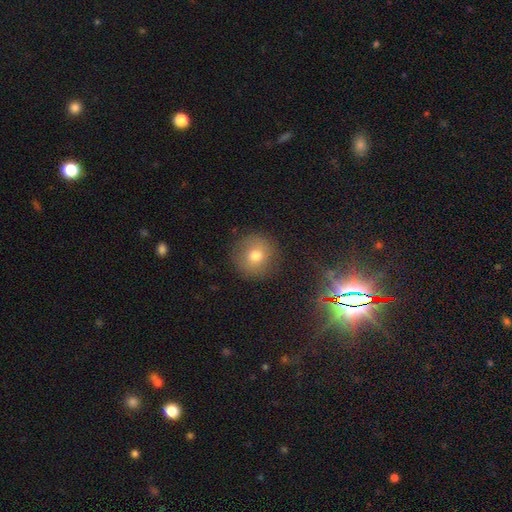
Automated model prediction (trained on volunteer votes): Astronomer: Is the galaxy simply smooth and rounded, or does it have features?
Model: smooth — 73%.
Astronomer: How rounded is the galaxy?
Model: round — 92%.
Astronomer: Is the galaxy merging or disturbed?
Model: none — 85%.